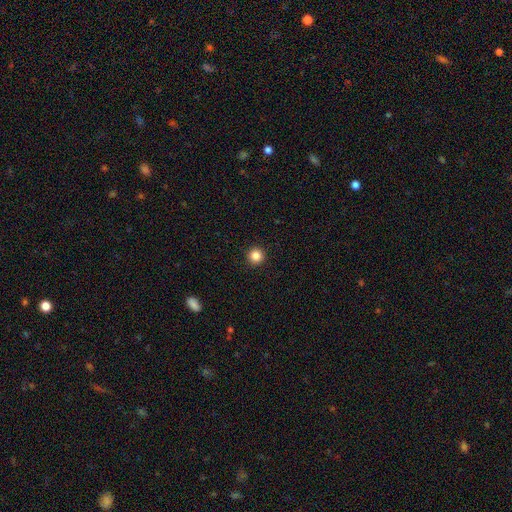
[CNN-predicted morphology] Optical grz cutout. It shows a smooth galaxy with no disk features (85%) that is round (96%). Merging: none (94%).